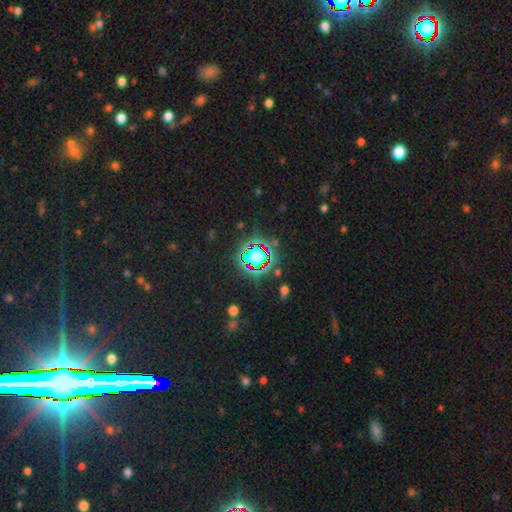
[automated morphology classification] type=star or artifact (68%).